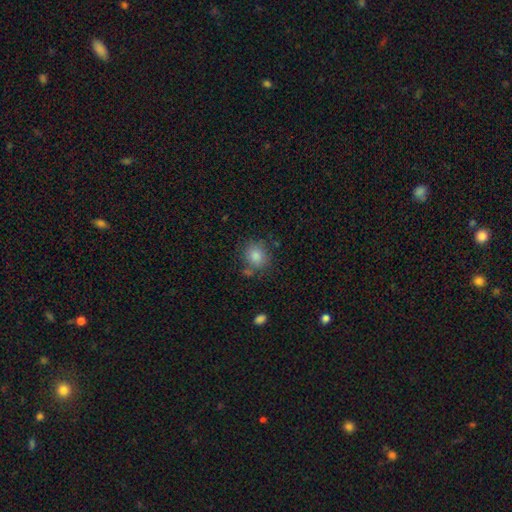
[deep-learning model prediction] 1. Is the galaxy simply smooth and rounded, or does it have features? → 82% smooth, 10% star or artifact, 8% featured or disk.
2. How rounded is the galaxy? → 75% round, 24% in between, 1% cigar-shaped.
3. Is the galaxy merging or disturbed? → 70% none, 16% minor disturbance, 8% merger, 5% major disturbance.